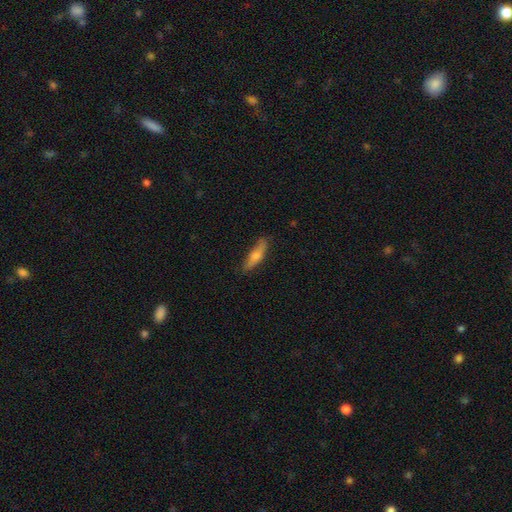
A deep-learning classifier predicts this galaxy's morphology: This is possibly a smooth galaxy (53%). How rounded: likely cigar-shaped (74%). Merging: clearly none (81%).